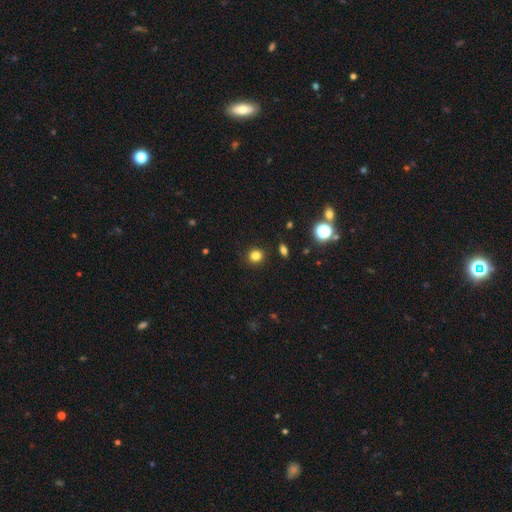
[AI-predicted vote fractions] This appears to be a smooth galaxy with no disk features (81%) that is round (85%). Merging: none (89%).